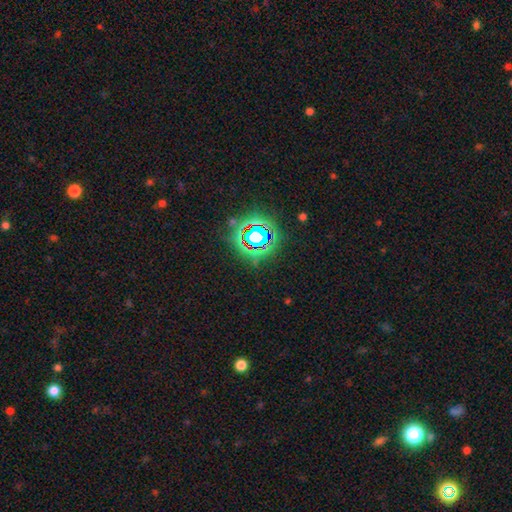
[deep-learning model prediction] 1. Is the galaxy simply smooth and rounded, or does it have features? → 79% star or artifact, 13% smooth, 8% featured or disk.